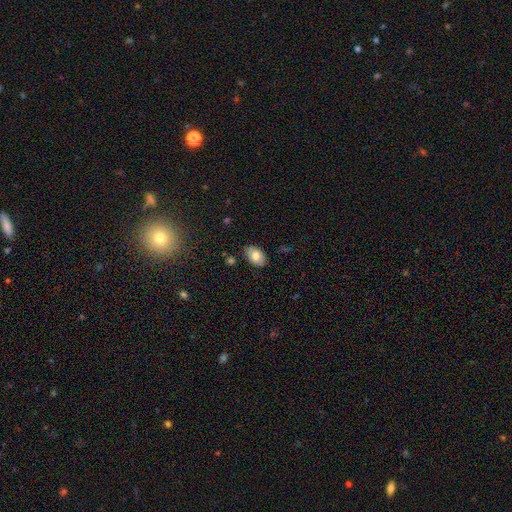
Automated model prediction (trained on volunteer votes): Smooth or featured? Predicted: smooth (p=0.73). How rounded? Predicted: in between (p=0.86). Merging? Predicted: none (p=0.84).